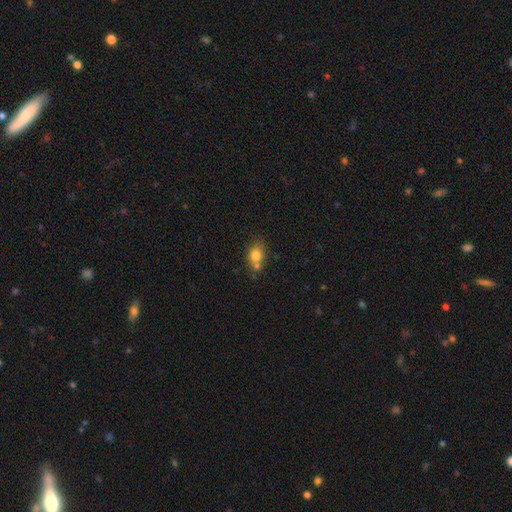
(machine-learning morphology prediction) Overall: smooth (76%). How rounded: in between (57%; round 40%). Merging: none (47%; merger 28%).